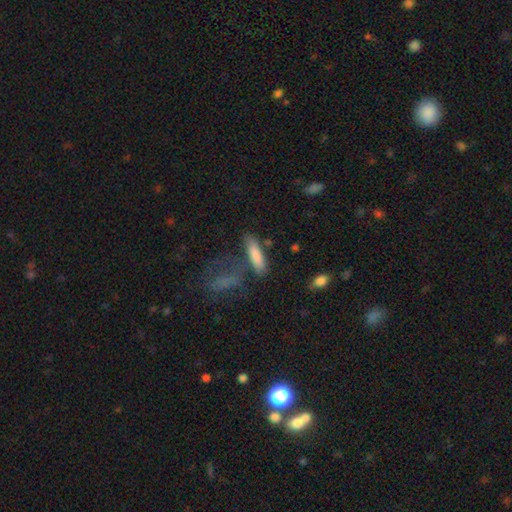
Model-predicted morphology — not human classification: smooth 82%, featured or disk 11%, star or artifact 7%. Down the decision tree: how rounded — cigar-shaped (67%); merging — none (68%).